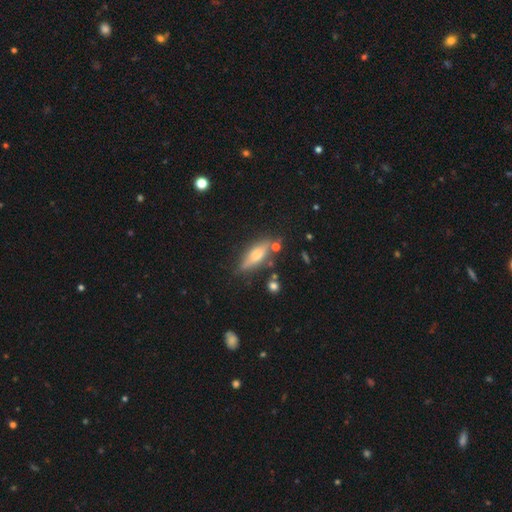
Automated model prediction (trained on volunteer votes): Smooth or featured? featured or disk (51%)
Edge-on disk? yes (86%)
Merging? none (76%)